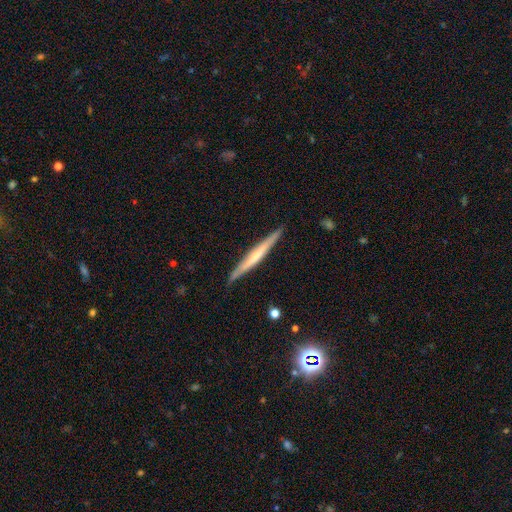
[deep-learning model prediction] This is possibly a featured or disk galaxy (58%). It is clearly viewed edge-on (96%). Edge-on bulge: possibly none (51%). Merging: clearly none (89%).